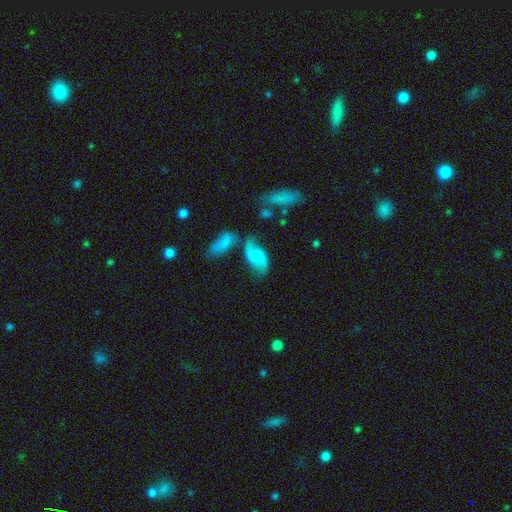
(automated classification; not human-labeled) A featured or disk galaxy (58%) with no bar (50%), spiral arms (88%) and no central bulge (57%). Merging: none (45%).